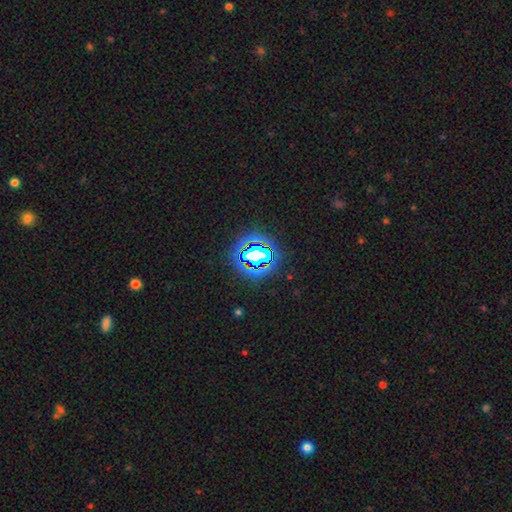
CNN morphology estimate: A star or artifact, not a galaxy (67%).

Vote fractions:
- Smooth or featured? star or artifact: 67% / smooth: 19% / featured or disk: 14%